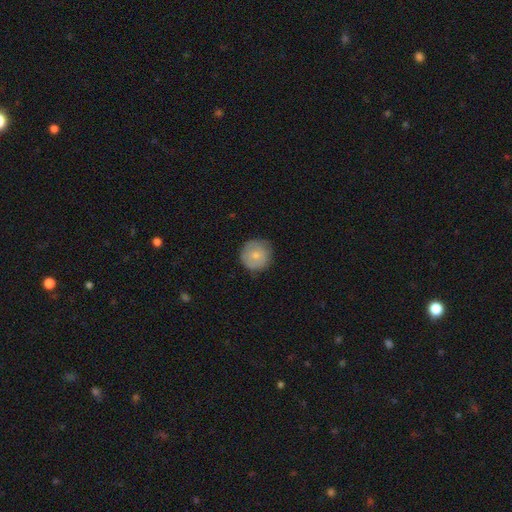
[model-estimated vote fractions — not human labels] The model was most divided on "smooth or featured": smooth: 73%, featured or disk: 20%, star or artifact: 7%. More confident: how rounded — round (95%); merging — none (82%).